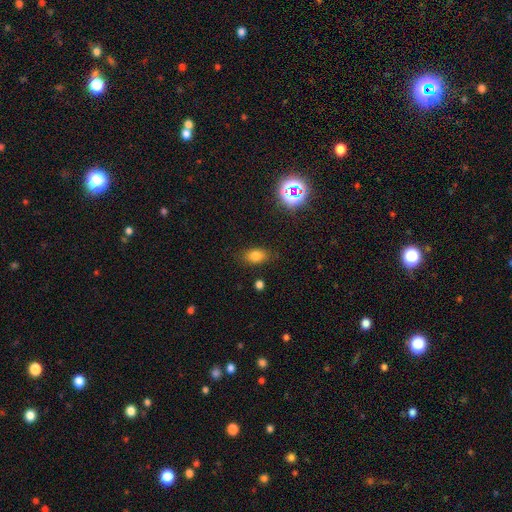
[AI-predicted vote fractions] Smooth or featured: smooth — 77% (star or artifact — 14%)
How rounded: in between — 81% (round — 17%)
Merging: none — 82% (minor disturbance — 12%)